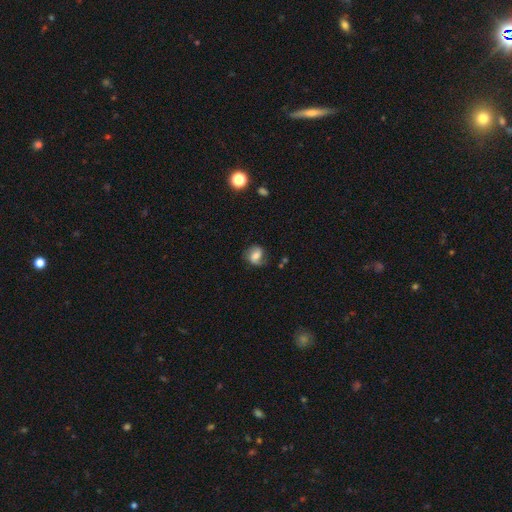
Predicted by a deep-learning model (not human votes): This is possibly a featured or disk galaxy (50%). Merging: likely none (68%).